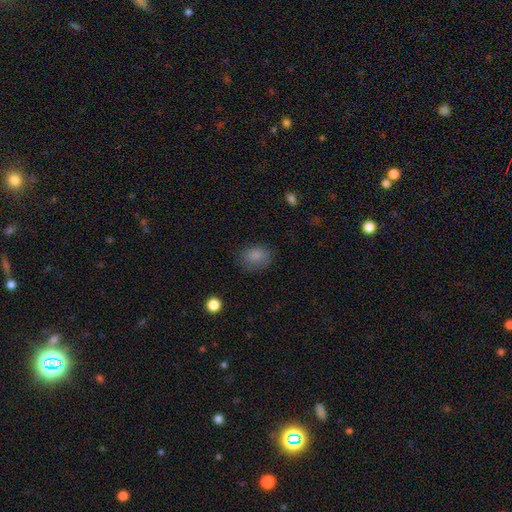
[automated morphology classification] smooth 84%, star or artifact 10%, featured or disk 6%. Down the decision tree: how rounded — in between (61%); merging — none (75%).